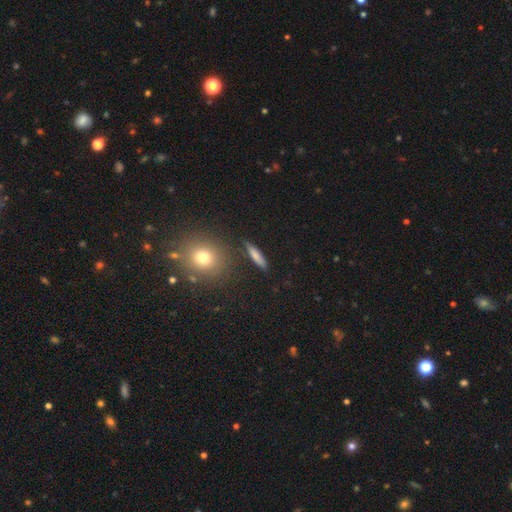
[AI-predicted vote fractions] The model was most divided on "smooth or featured": smooth: 75%, featured or disk: 16%, star or artifact: 8%. More confident: merging — none (86%); how rounded — cigar-shaped (80%).